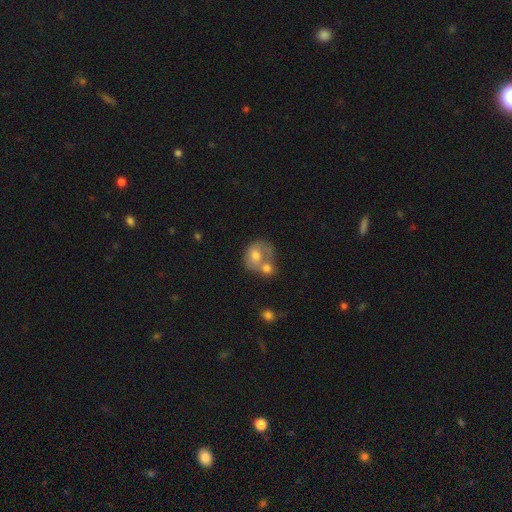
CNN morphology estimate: Smooth or featured? smooth (64%)
How rounded? round (62%)
Merging? merger (62%)